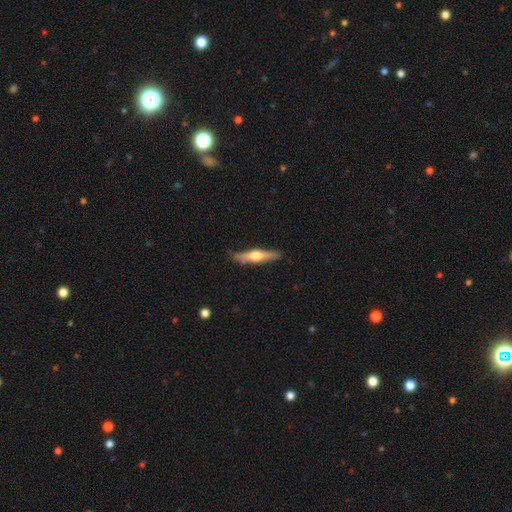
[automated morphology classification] A featured or disk galaxy (59%) viewed edge-on (95%) with a rounded central bulge (92%).

Vote fractions:
- Smooth or featured? featured or disk: 59% / smooth: 36% / star or artifact: 5%
- Edge-on disk? yes: 95% / no: 5%
- Edge-on bulge? rounded: 92% / boxy: 4% / none: 3%
- Merging? none: 84% / minor disturbance: 12% / major disturbance: 2% / merger: 2%